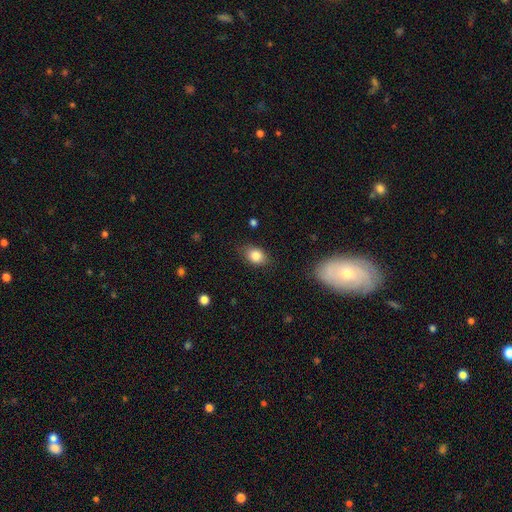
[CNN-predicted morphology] The model was most divided on "how rounded": in between: 72%, round: 26%, cigar-shaped: 2%. More confident: smooth or featured — smooth (84%); merging — none (80%).